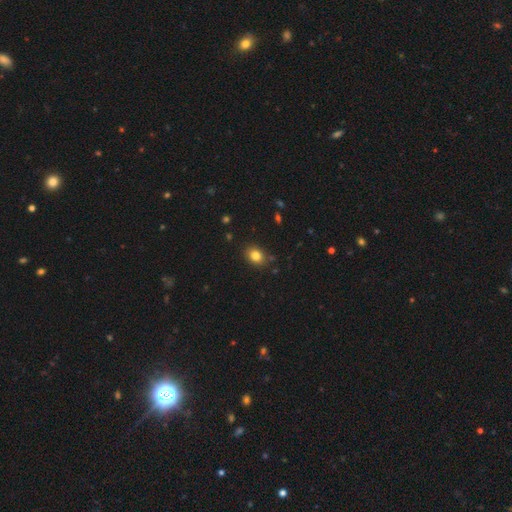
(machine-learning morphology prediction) Overall: smooth (82%). How rounded: in between (61%; round 38%). Merging: none (85%).